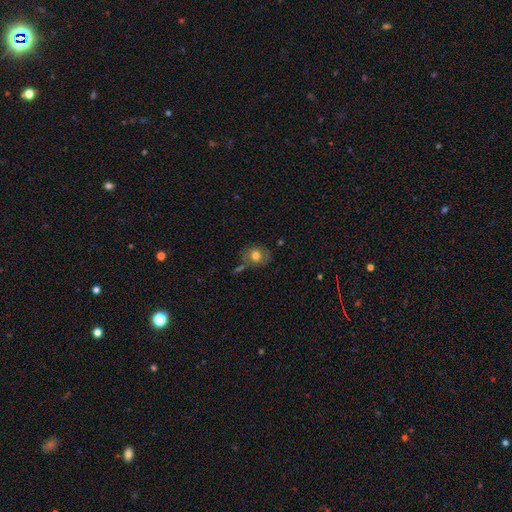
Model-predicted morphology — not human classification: type=smooth (76%); roundness=round (70%); merging=none (68%).